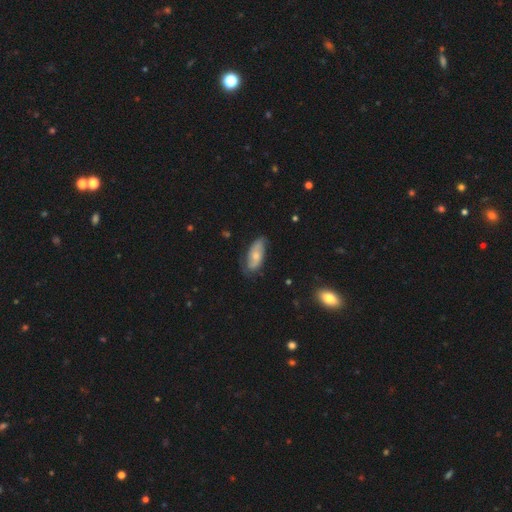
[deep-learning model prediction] A featured or disk galaxy (50%). Merging: none (69%).